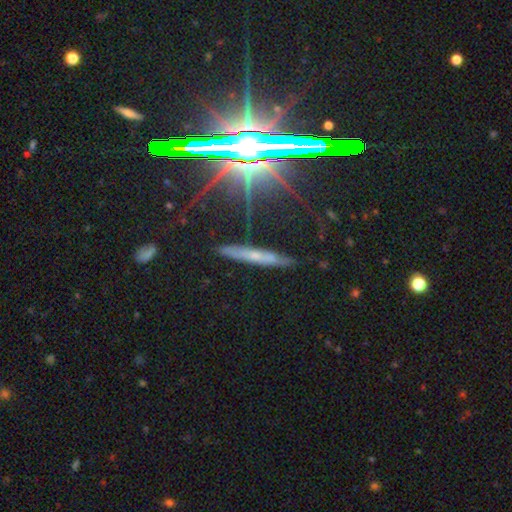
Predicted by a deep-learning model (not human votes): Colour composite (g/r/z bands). It shows a featured or disk galaxy (42%). Merging: none (80%).